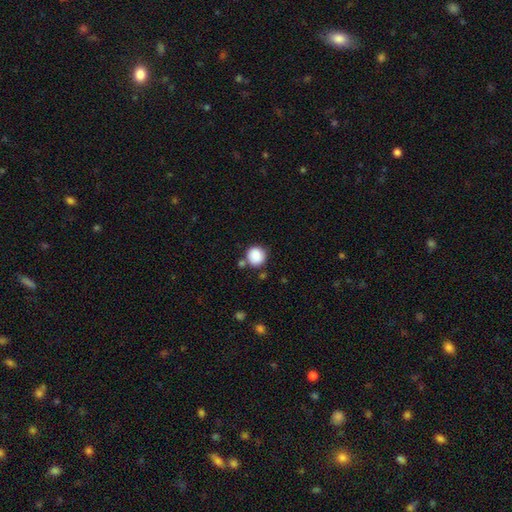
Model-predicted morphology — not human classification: The model was most divided on "merging": none: 75%, minor disturbance: 12%, merger: 9%, major disturbance: 4%. More confident: how rounded — round (92%); smooth or featured — smooth (87%).